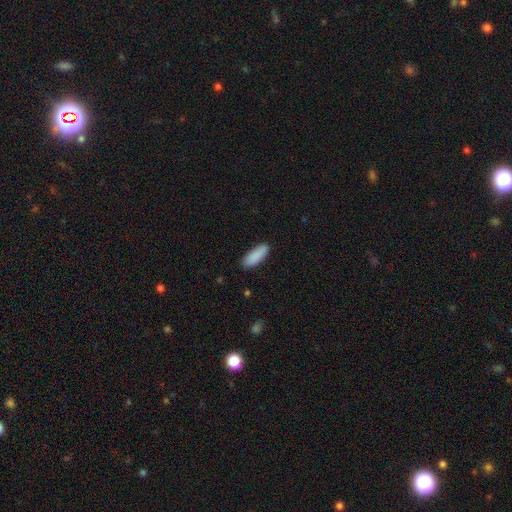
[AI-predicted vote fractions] Smooth or featured? smooth (90%)
How rounded? in between (65%)
Merging? none (87%)